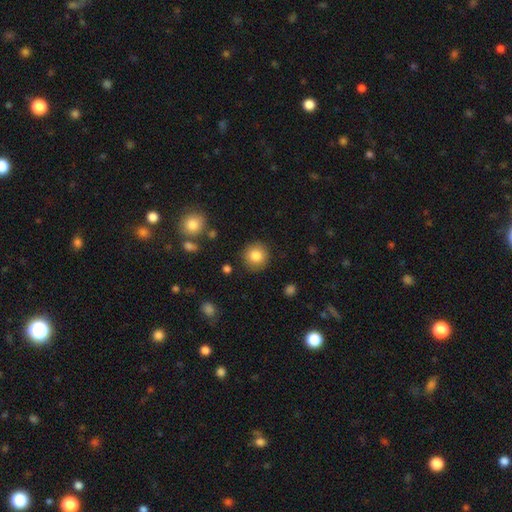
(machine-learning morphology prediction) This is clearly a smooth galaxy (83%). How rounded: clearly round (92%). Merging: clearly none (89%).